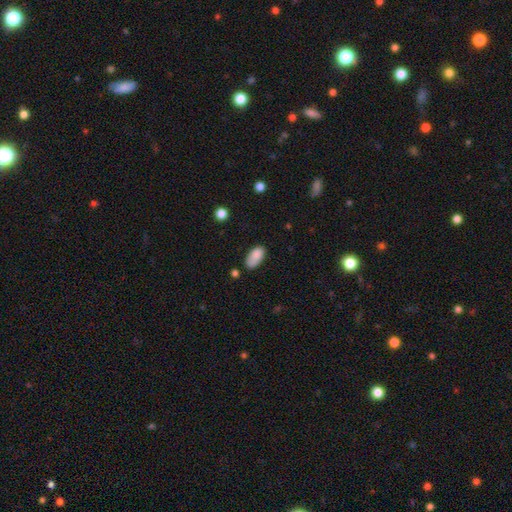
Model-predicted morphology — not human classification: Overall: smooth (86%). How rounded: in between (93%). Merging: none (66%).